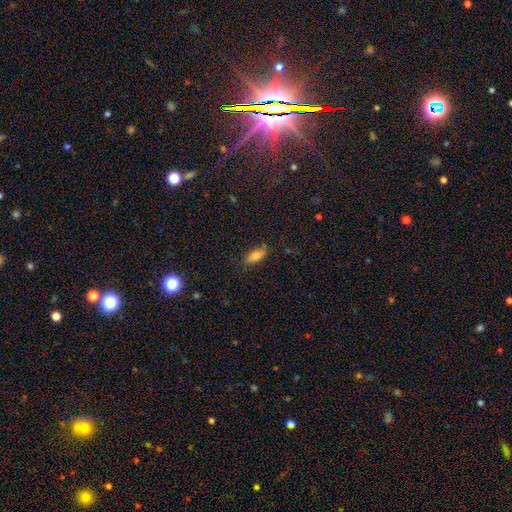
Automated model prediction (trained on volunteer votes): Morphology: type=smooth (77%); roundness=in between (73%); merging=none (81%).